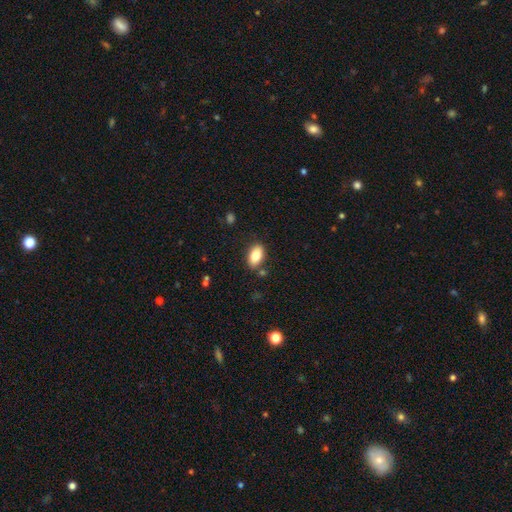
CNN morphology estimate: Overall: smooth (81%). How rounded: in between (91%). Merging: none (82%).